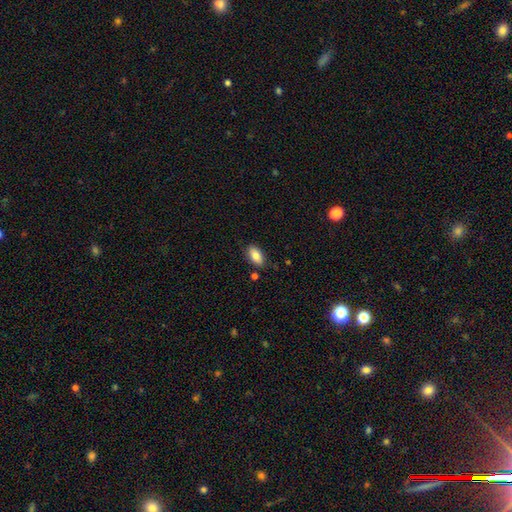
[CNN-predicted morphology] Overall: smooth (82%). How rounded: in between (93%). Merging: none (84%).